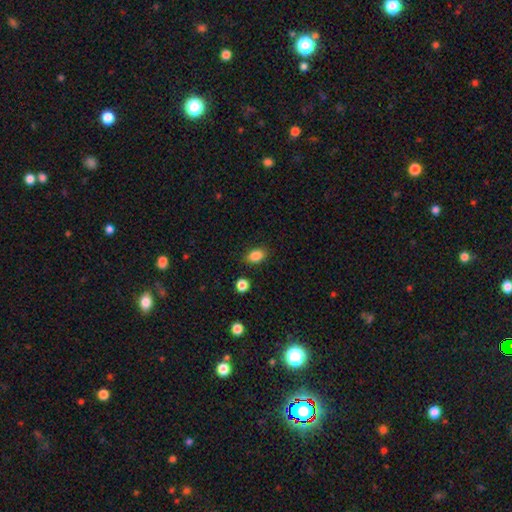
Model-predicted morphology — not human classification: This appears to be a smooth galaxy with no disk features (86%) that is in between round and cigar-shaped (79%). Merging: none (84%).